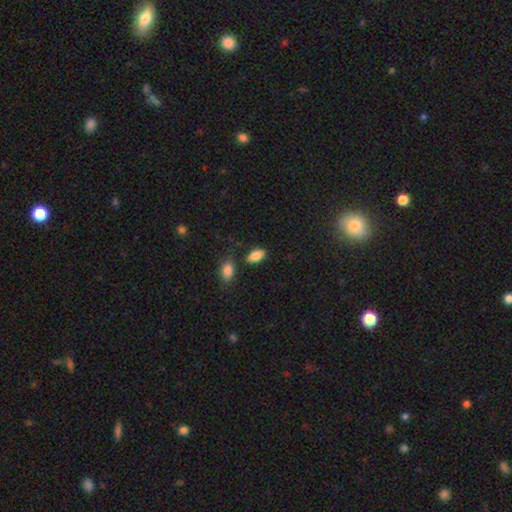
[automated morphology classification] Smooth or featured? smooth (86%)
How rounded? in between (93%)
Merging? none (79%)